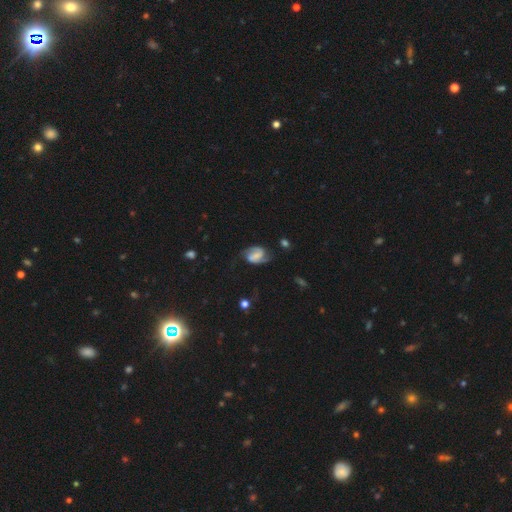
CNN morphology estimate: A featured or disk galaxy (76%) with a weak bar (43%), 2 (89%) medium (47%) spiral arms (94%) and no central bulge (44%). Merging: none (68%).